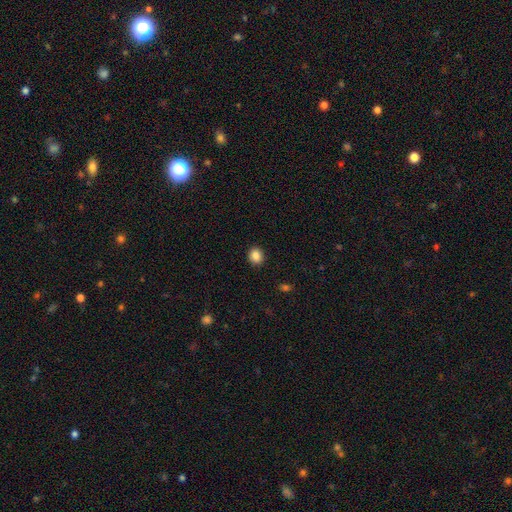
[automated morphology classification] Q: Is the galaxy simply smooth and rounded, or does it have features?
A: smooth — 86%.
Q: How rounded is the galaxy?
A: round — 72%.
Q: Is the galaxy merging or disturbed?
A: none — 92%.